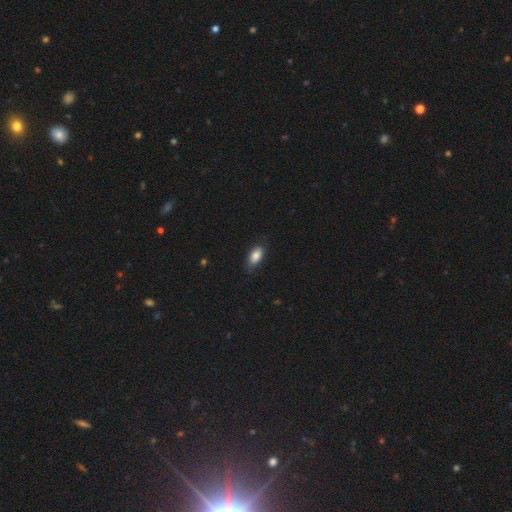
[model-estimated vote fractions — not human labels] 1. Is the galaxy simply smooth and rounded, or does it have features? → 82% smooth, 11% featured or disk, 7% star or artifact.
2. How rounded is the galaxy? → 88% in between, 8% cigar-shaped, 4% round.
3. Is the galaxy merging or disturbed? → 73% none, 22% minor disturbance, 4% major disturbance, 1% merger.